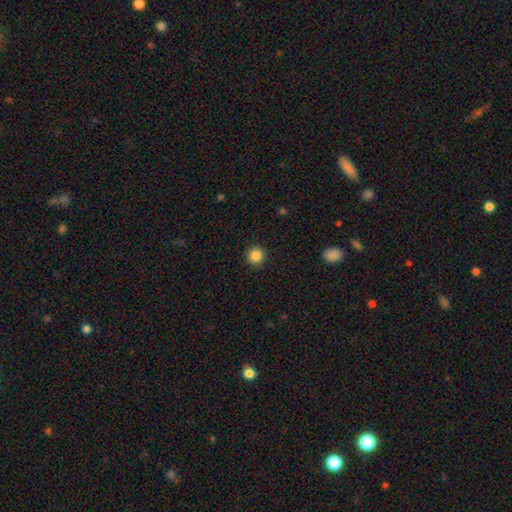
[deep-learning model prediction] A smooth galaxy with no disk features (86%) that is round (95%).

Vote fractions:
- Smooth or featured? smooth: 86% / star or artifact: 11% / featured or disk: 4%
- How rounded? round: 95% / in between: 4% / cigar-shaped: 1%
- Merging? none: 92% / minor disturbance: 5% / major disturbance: 2% / merger: 1%